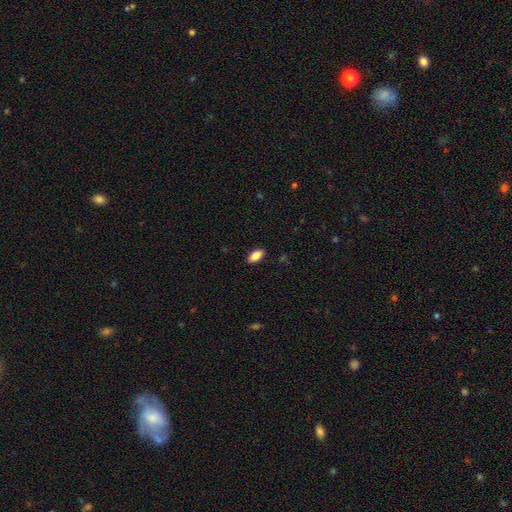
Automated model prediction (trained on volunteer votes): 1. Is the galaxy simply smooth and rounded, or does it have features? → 86% smooth, 7% star or artifact, 7% featured or disk.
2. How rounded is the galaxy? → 91% in between, 5% cigar-shaped, 3% round.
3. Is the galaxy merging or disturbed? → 88% none, 9% minor disturbance, 2% major disturbance, 1% merger.